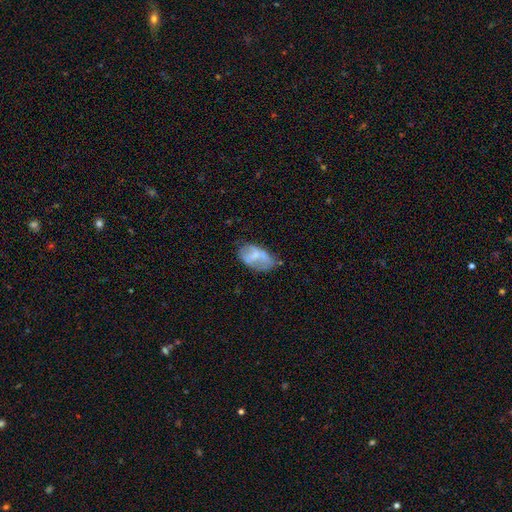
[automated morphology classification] smooth_or_featured: smooth (p=0.52) [alt: featured or disk p=0.40]
how_rounded: in between (p=0.91) [alt: round p=0.07]
merging: none (p=0.42) [alt: minor disturbance p=0.33]